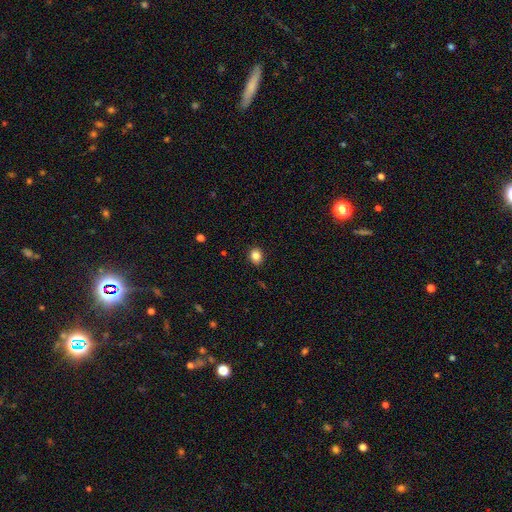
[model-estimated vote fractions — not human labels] This appears to be a smooth galaxy with no disk features (84%) that is round (63%). Merging: none (90%).